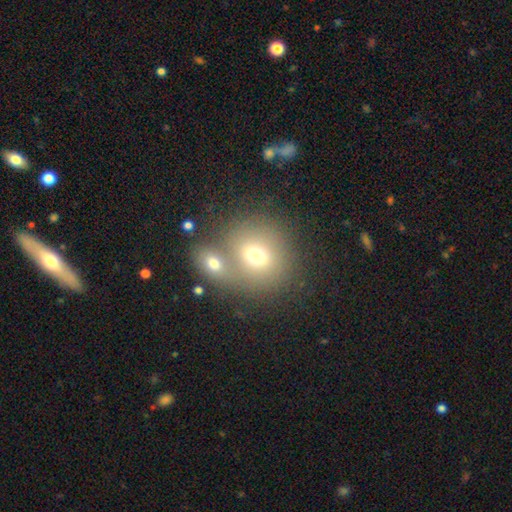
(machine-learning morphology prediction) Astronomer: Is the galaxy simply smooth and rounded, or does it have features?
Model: smooth — 69%.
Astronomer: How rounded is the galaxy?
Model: round — 75%.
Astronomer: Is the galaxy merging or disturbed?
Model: none — 47% (runner-up: merger, 40%).